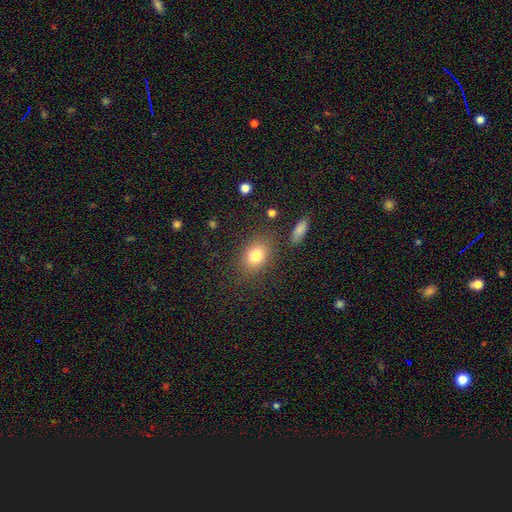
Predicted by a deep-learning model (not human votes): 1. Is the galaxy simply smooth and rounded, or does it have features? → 80% smooth, 11% star or artifact, 9% featured or disk.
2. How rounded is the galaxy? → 61% in between, 38% round, 2% cigar-shaped.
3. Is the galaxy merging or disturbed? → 81% none, 12% minor disturbance, 5% major disturbance, 3% merger.